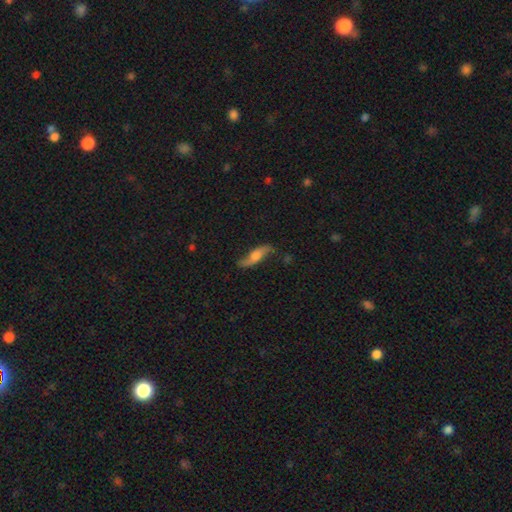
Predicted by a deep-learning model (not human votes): Smooth or featured: featured or disk — 67% (smooth — 26%)
Edge-on disk: no — 68% (yes — 32%)
Merging: none — 74% (minor disturbance — 18%)